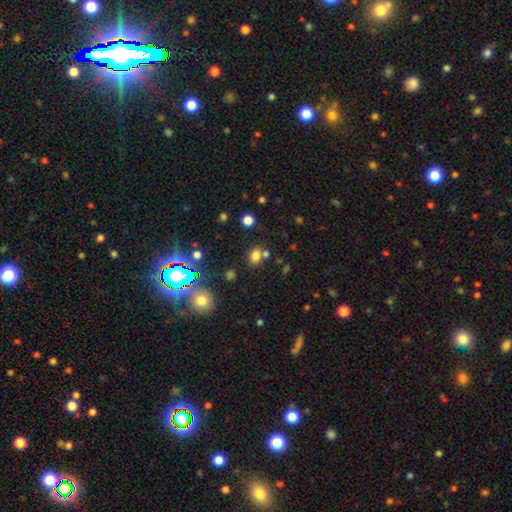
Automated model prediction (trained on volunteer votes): This appears to be a smooth galaxy with no disk features (73%) that is in between round and cigar-shaped (59%). Merging: none (65%).